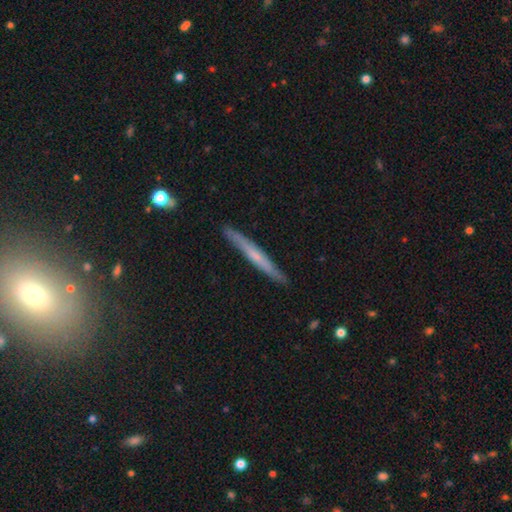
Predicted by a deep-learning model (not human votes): featured or disk 51%, smooth 42%, star or artifact 6%. Down the decision tree: edge-on disk — yes (95%); merging — none (89%).